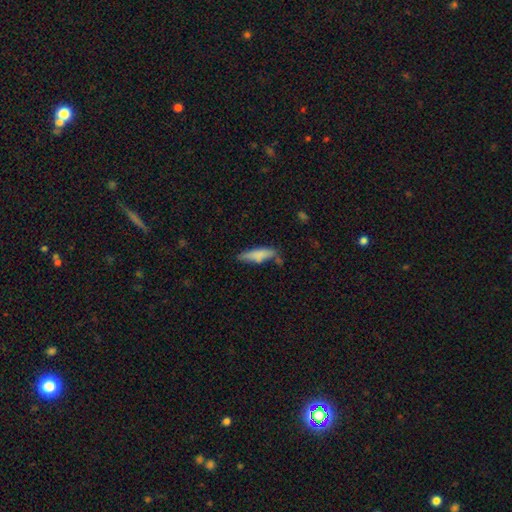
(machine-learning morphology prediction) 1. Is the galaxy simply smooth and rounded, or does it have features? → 75% smooth, 18% featured or disk, 7% star or artifact.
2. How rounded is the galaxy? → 75% cigar-shaped, 23% in between, 2% round.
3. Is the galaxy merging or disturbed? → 71% none, 20% minor disturbance, 5% merger, 4% major disturbance.